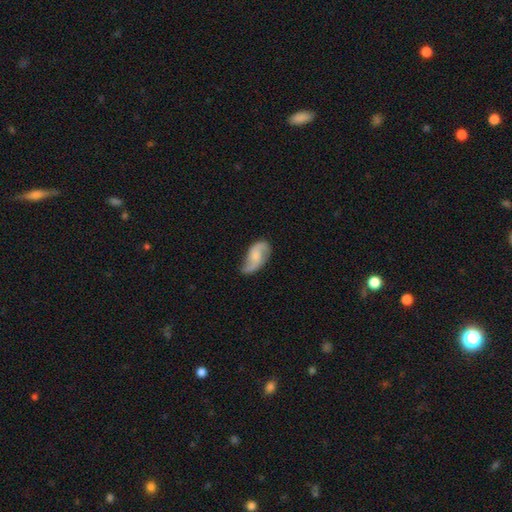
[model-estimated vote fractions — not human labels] This is likely a featured or disk galaxy (70%). It is clearly not viewed edge-on (96%). Bar: possibly no (54%). Spiral arm pattern: clearly yes (94%). Spiral arm count: clearly 2 (90%). Spiral winding: likely loose (63%). Central bulge: marginally none (32%). Merging: likely none (64%).